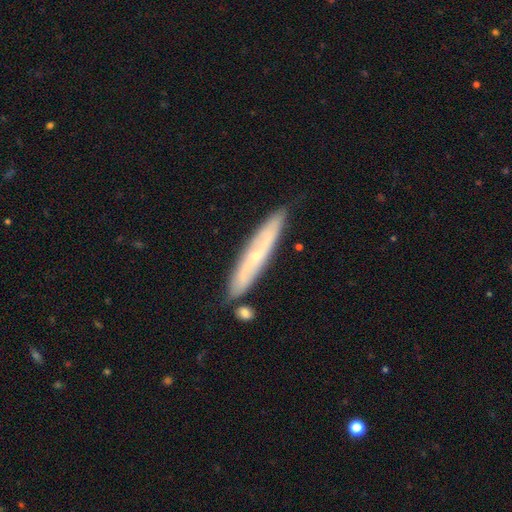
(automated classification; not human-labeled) A featured or disk galaxy (57%) viewed edge-on (62%). Merging: none (79%).